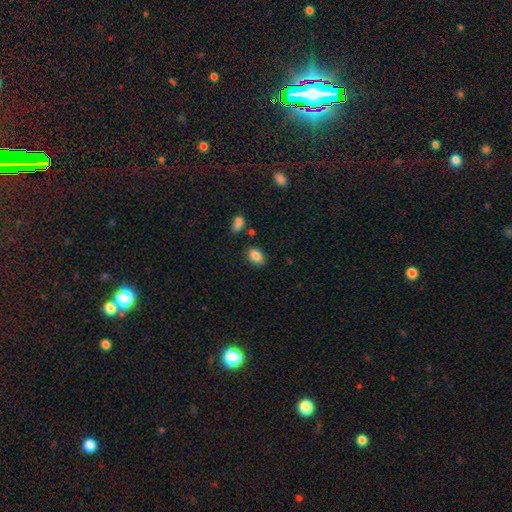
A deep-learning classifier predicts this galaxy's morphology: smooth 85%, star or artifact 8%, featured or disk 6%. Down the decision tree: how rounded — in between (86%); merging — none (81%).